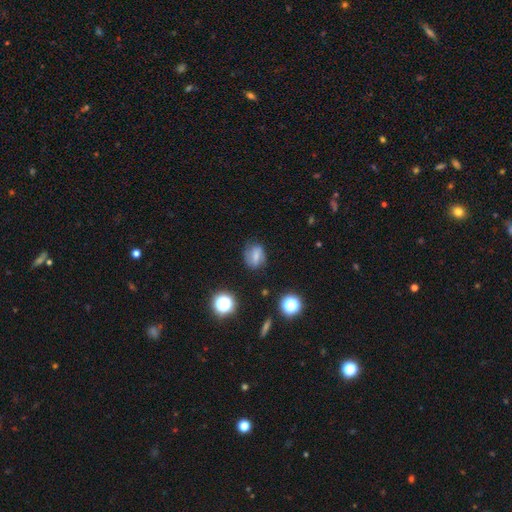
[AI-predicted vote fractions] A smooth galaxy with no disk features (53%) that is in between round and cigar-shaped (55%).

Vote fractions:
- Smooth or featured? smooth: 53% / featured or disk: 33% / star or artifact: 14%
- How rounded? in between: 55% / round: 43% / cigar-shaped: 3%
- Merging? none: 73% / minor disturbance: 19% / major disturbance: 6% / merger: 2%